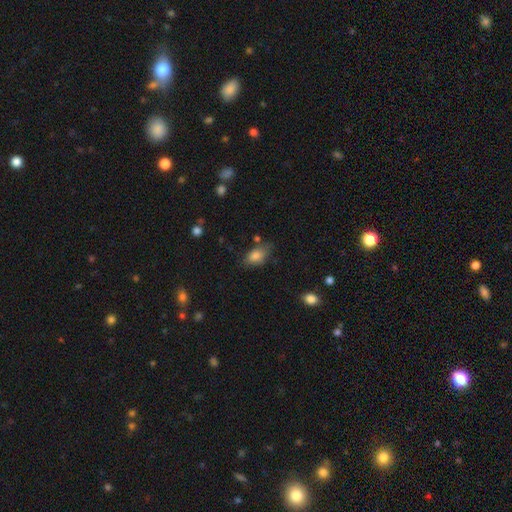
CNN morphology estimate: The model was most divided on "merging": none: 65%, minor disturbance: 24%, major disturbance: 6%, merger: 5%. More confident: how rounded — in between (87%); smooth or featured — smooth (83%).